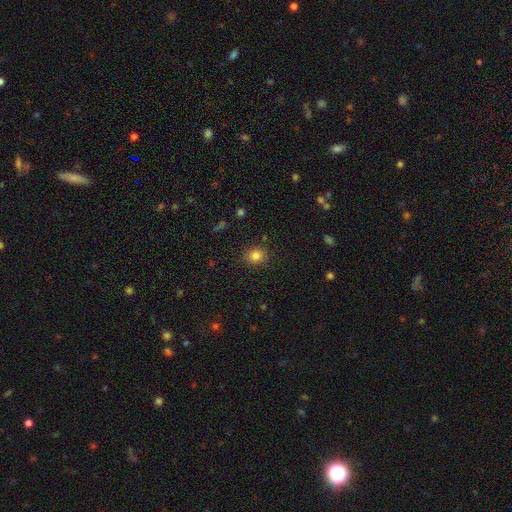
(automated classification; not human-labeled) This appears to be a smooth galaxy with no disk features (82%) that is round (73%). Merging: none (87%).